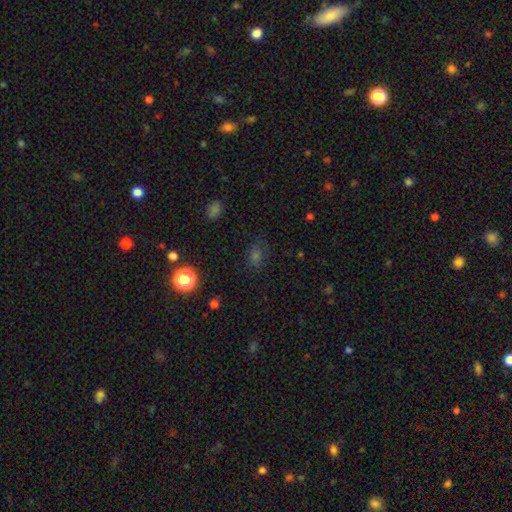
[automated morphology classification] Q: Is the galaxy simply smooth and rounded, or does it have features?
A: smooth — 56%.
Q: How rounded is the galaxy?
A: in between — 49%, tied with round.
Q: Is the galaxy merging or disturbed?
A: none — 78%.